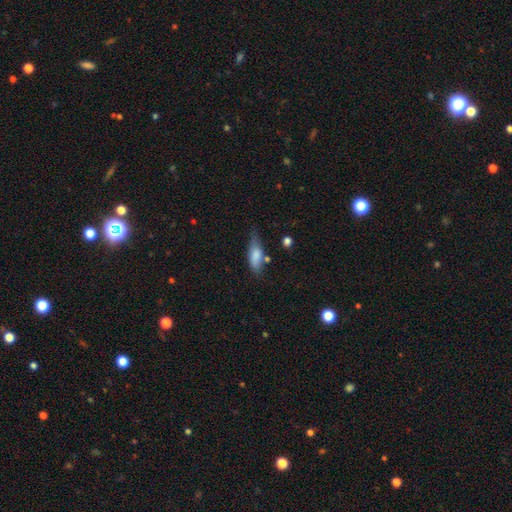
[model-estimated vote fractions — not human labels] A smooth galaxy with no disk features (75%) that is in between round and cigar-shaped (67%). Merging: none (49%).